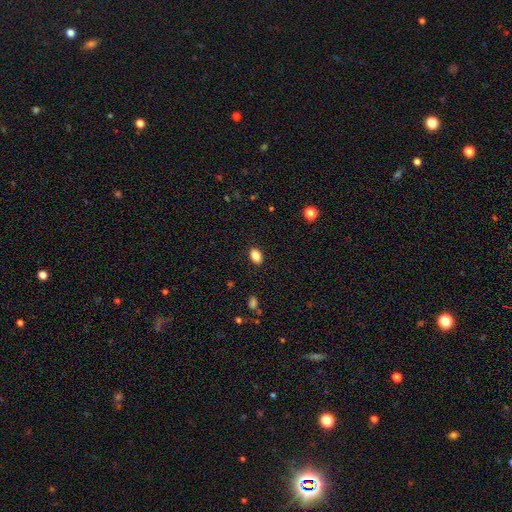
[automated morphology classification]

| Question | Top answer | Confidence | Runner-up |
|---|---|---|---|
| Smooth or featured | smooth | 86% | star or artifact (9%) |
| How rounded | in between | 84% | round (15%) |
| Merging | none | 89% | minor disturbance (8%) |